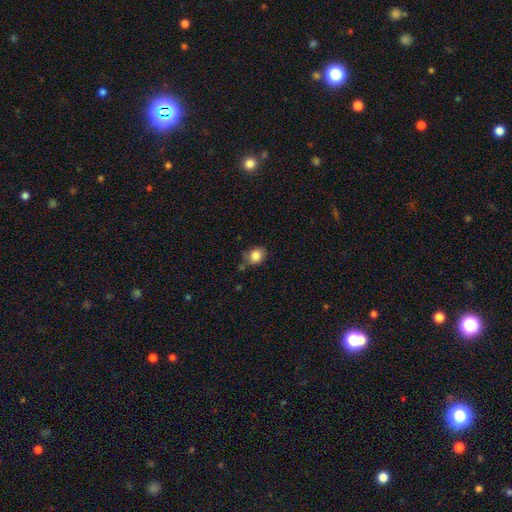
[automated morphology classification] smooth 85%, star or artifact 9%, featured or disk 7%. Down the decision tree: how rounded — round (52%); merging — none (65%).